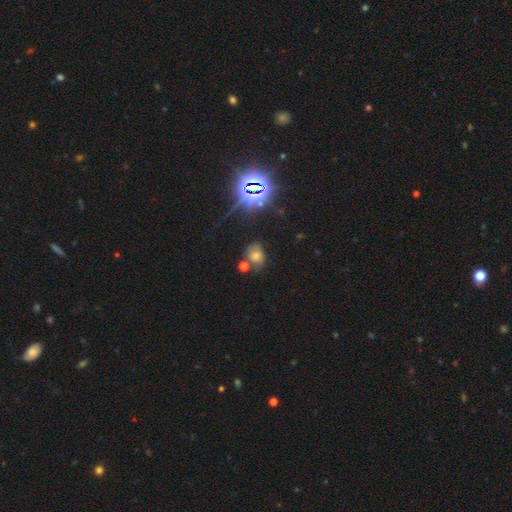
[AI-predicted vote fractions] smooth-or-featured: smooth: 56% | star or artifact: 31% | featured or disk: 13%
  how-rounded: in between: 56% | round: 42% | cigar-shaped: 2%
  merging: none: 58% | minor disturbance: 18% | merger: 17% | major disturbance: 7%